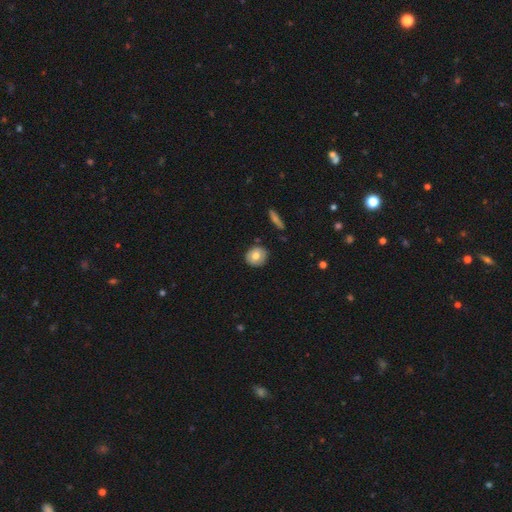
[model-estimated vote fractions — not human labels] Smooth or featured: smooth — 72% (featured or disk — 21%)
How rounded: round — 80% (in between — 18%)
Merging: none — 86% (minor disturbance — 10%)